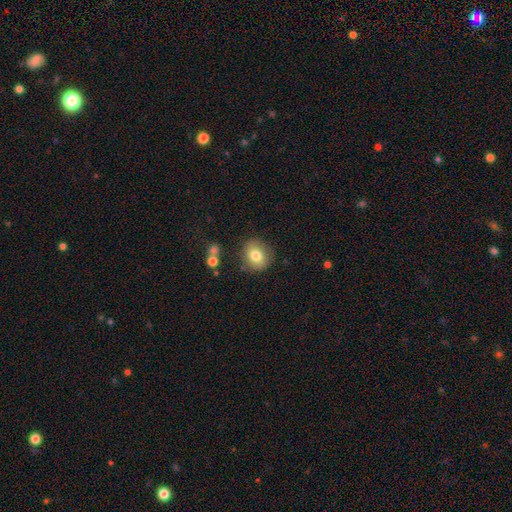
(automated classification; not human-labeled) This appears to be a smooth galaxy with no disk features (78%) that is round (78%). Merging: none (82%).